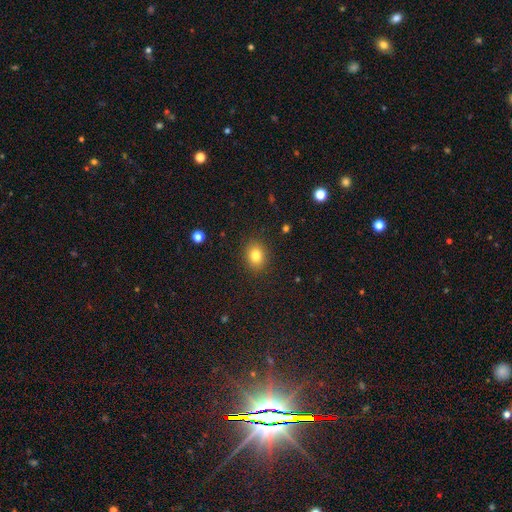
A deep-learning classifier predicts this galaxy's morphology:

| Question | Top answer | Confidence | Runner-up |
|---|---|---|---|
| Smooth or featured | smooth | 82% | star or artifact (11%) |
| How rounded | round | 57% | in between (42%) |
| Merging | none | 89% | minor disturbance (8%) |